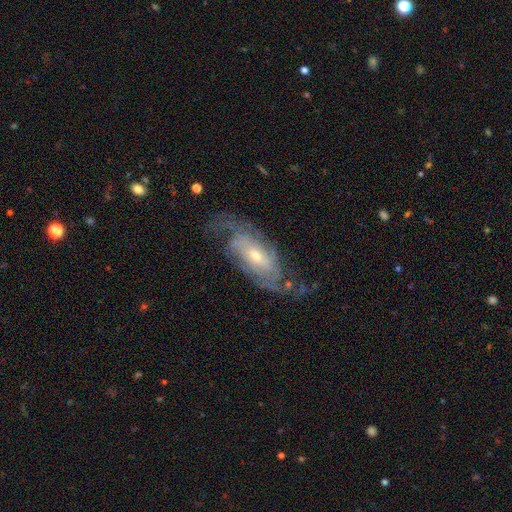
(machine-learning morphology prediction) Smooth or featured?
  - featured or disk: 84% *
  - smooth: 10%
  - star or artifact: 6%
Edge-on disk?
  - no: 93% *
  - yes: 7%
Bar?
  - no: 53% *
  - weak: 34%
  - strong: 13%
Spiral arms?
  - yes: 94% *
  - no: 6%
Spiral winding?
  - medium: 41% *
  - tight: 38%
  - loose: 21%
Spiral arm count?
  - 2: 53% *
  - can't tell: 22%
  - 3: 12%
  - 4: 5%
  - 1: 4%
  - more than 4: 4%
Bulge size?
  - small: 55% *
  - moderate: 40%
  - large: 3%
  - none: 1%
  - dominant: 1%
Merging?
  - none: 65% *
  - minor disturbance: 19%
  - major disturbance: 14%
  - merger: 2%